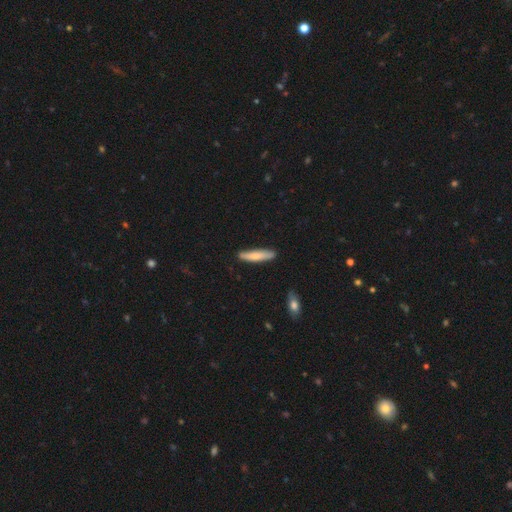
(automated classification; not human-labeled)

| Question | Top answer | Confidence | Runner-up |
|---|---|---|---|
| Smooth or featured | smooth | 75% | featured or disk (20%) |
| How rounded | cigar-shaped | 86% | in between (12%) |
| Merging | none | 84% | minor disturbance (13%) |